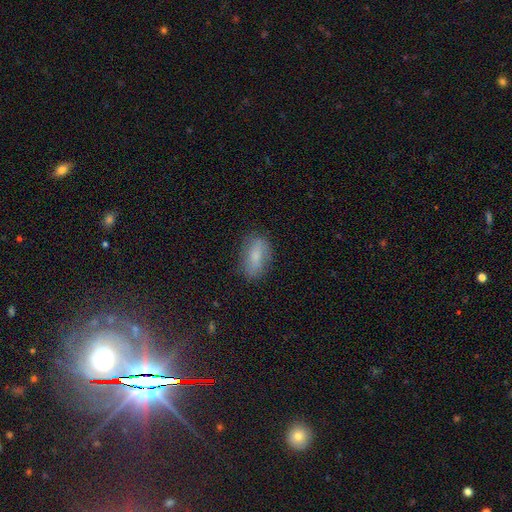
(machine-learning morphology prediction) smooth_or_featured: smooth (p=0.71) [alt: featured or disk p=0.20]
how_rounded: in between (p=0.82) [alt: cigar-shaped p=0.12]
merging: none (p=0.80) [alt: minor disturbance p=0.15]